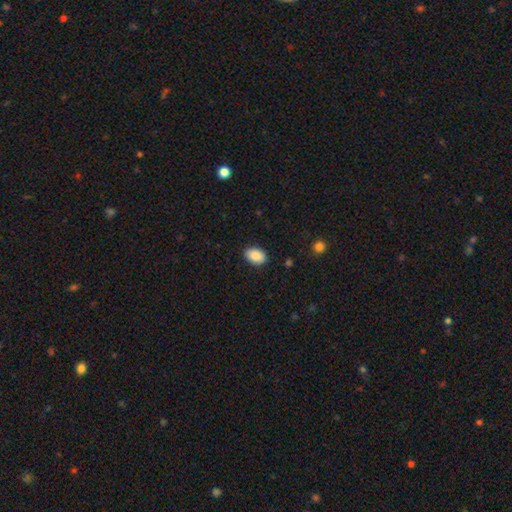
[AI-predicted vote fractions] Smooth or featured? smooth (89%)
How rounded? in between (87%)
Merging? none (88%)